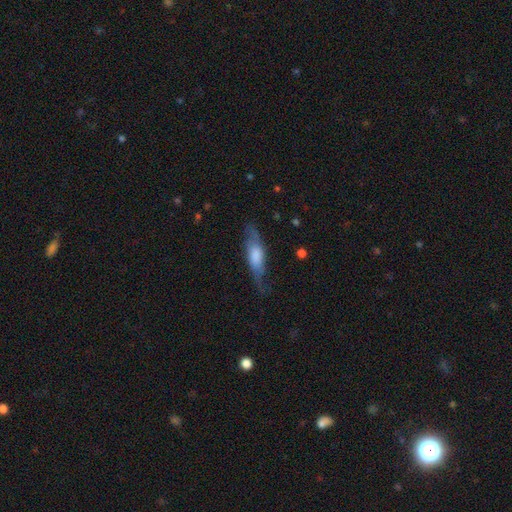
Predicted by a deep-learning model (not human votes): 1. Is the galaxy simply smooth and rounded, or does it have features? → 52% smooth, 41% featured or disk, 6% star or artifact.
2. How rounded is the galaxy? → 57% in between, 40% cigar-shaped, 3% round.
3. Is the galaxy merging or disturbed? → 58% none, 26% minor disturbance, 14% major disturbance, 2% merger.